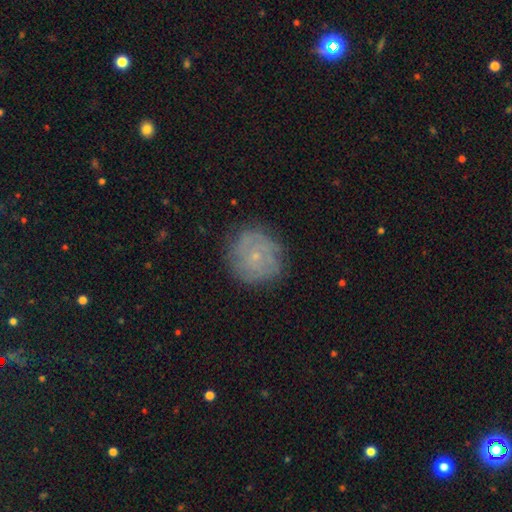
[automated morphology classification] type=featured or disk (47%); merging=none (81%).